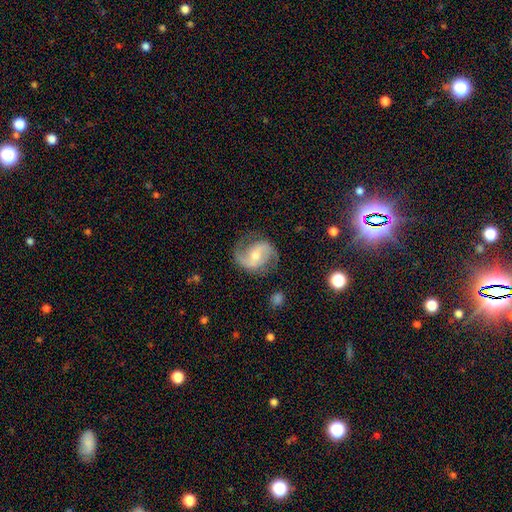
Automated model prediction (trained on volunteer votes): smooth-or-featured: featured or disk: 86% | smooth: 9% | star or artifact: 5%
  disk-edge-on: no: 98% | yes: 2%
    bar: weak: 48% | no: 32% | strong: 20%
    has-spiral-arms: yes: 96% | no: 4%
      spiral-winding: medium: 51% | loose: 33% | tight: 16%
      spiral-arm-count: 2: 91% | can't tell: 3% | 1: 3% | 3: 1% | 4: 1% | more than 4: 1%
    bulge-size: moderate: 53% | small: 40% | large: 3% | none: 3% | dominant: 1%
  merging: none: 76% | minor disturbance: 16% | major disturbance: 7% | merger: 1%